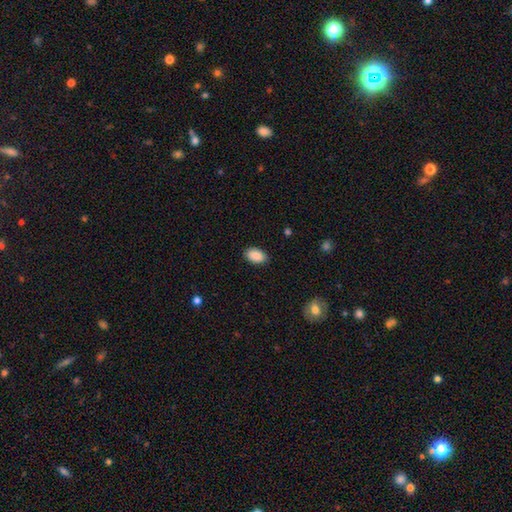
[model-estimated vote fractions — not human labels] Smooth or featured? smooth (90%)
How rounded? in between (92%)
Merging? none (87%)